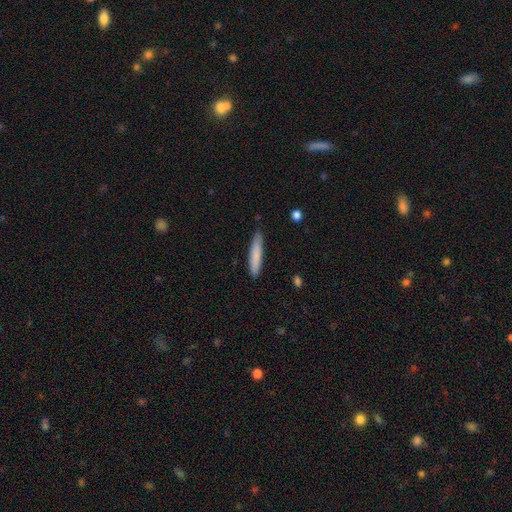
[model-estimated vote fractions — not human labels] A smooth galaxy with no disk features (81%) that is cigar-shaped (90%).

Vote fractions:
- Smooth or featured? smooth: 81% / featured or disk: 13% / star or artifact: 6%
- How rounded? cigar-shaped: 90% / in between: 9% / round: 1%
- Merging? none: 85% / minor disturbance: 12% / major disturbance: 2% / merger: 1%